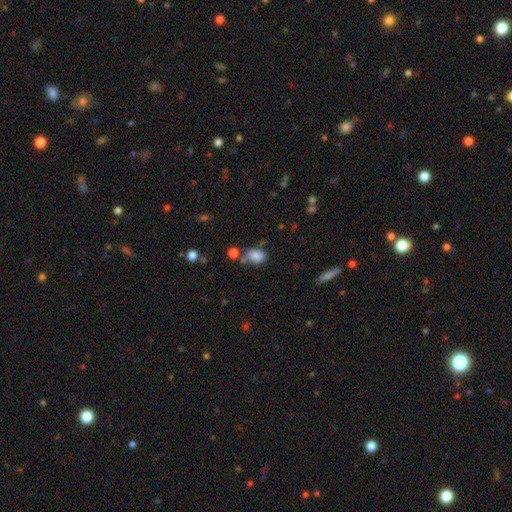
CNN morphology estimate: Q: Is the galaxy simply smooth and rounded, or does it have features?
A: smooth — 83%.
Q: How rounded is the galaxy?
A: in between — 69%.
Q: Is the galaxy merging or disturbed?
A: none — 56%.